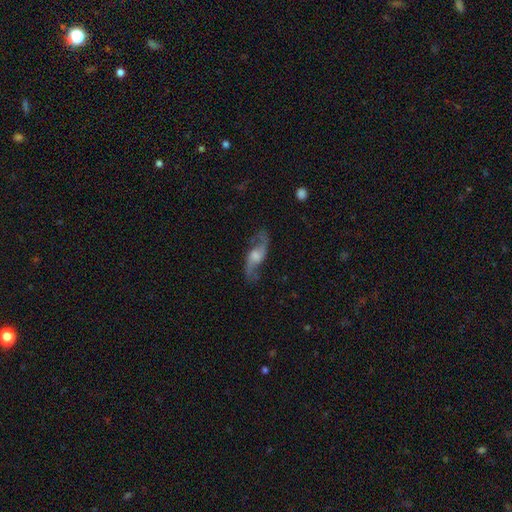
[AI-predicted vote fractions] Smooth or featured? Predicted: featured or disk (p=0.80). Edge-on disk? Predicted: no (p=0.87). Bar? Predicted: no (p=0.49). Spiral arms? Predicted: yes (p=0.94). Spiral winding? Predicted: loose (p=0.72). Spiral arm count? Predicted: 2 (p=0.92). Bulge size? Predicted: moderate (p=0.43). Merging? Predicted: none (p=0.76).